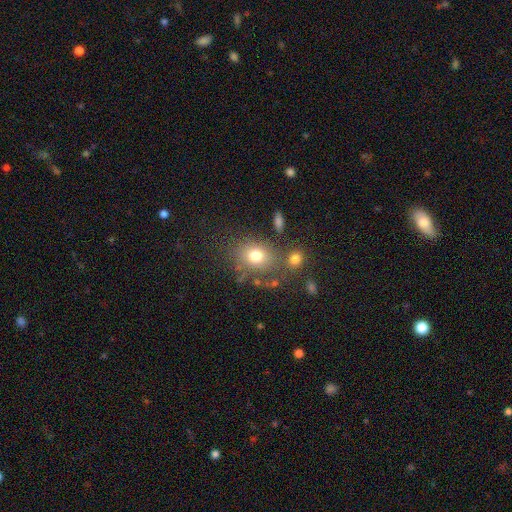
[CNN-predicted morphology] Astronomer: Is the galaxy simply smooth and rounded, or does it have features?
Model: smooth — 76%.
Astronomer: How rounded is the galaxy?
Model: round — 55% (runner-up: in between, 44%).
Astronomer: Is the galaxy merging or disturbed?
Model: none — 71%.